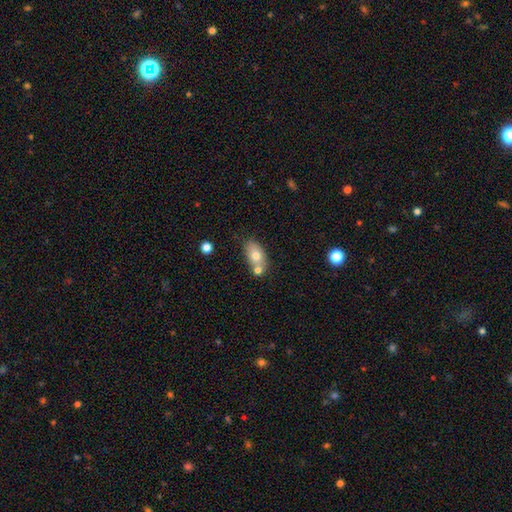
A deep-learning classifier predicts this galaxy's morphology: Overall: smooth (72%). How rounded: in between (86%). Merging: none (52%; merger 31%).